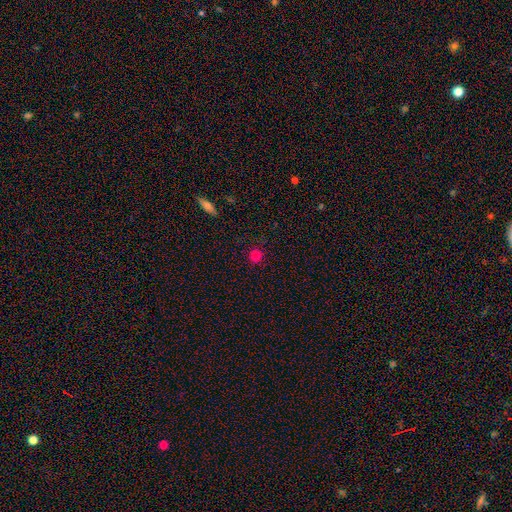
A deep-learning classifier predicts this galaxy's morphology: Smooth or featured? Predicted: smooth (p=0.81). How rounded? Predicted: round (p=0.92). Merging? Predicted: none (p=0.90).